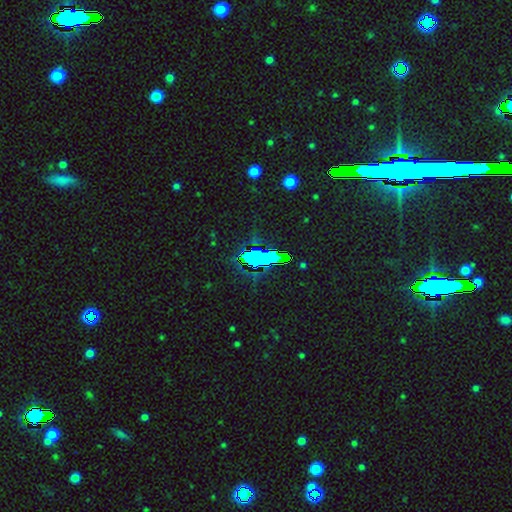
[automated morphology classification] star or artifact 65%, smooth 24%, featured or disk 12%.